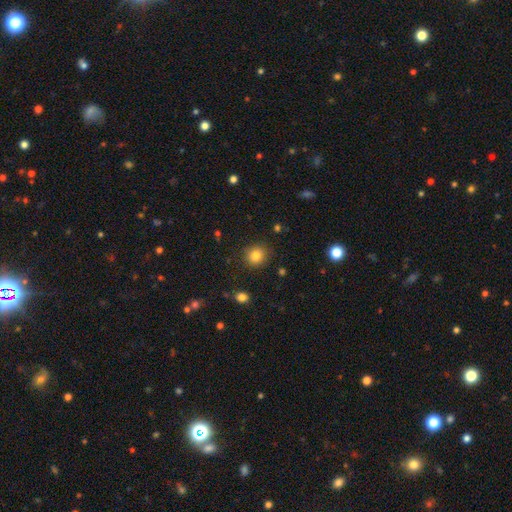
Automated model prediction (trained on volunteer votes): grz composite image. It shows a smooth galaxy with no disk features (82%) that is round (85%). Merging: none (87%).